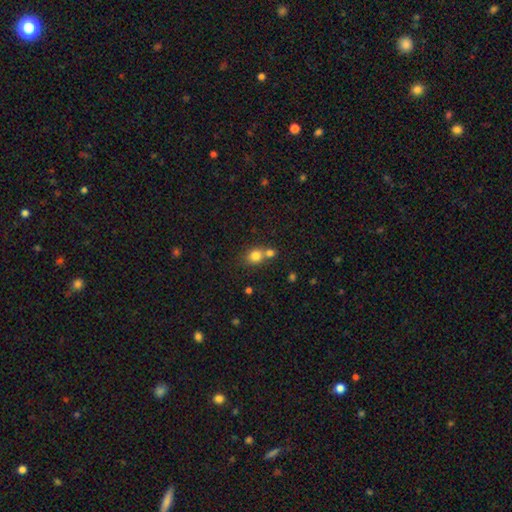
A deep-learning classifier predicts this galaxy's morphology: Overall: smooth (80%). How rounded: round (77%). Merging: merger (45%; none 44%).